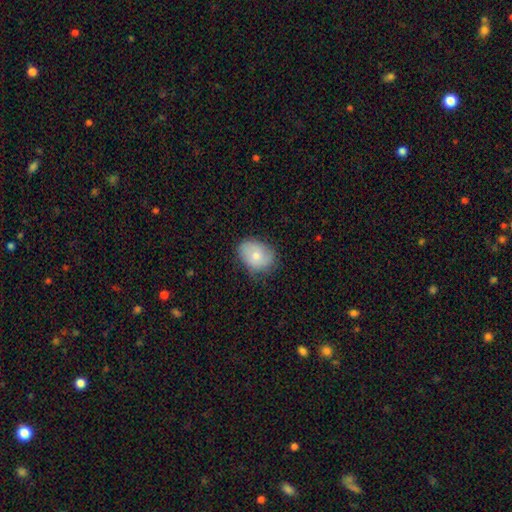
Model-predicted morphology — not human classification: Q: Smooth or featured?
A: smooth (70%); runner-up: featured or disk (23%)
Q: How rounded?
A: in between (67%); runner-up: round (32%)
Q: Merging?
A: none (67%); runner-up: minor disturbance (26%)